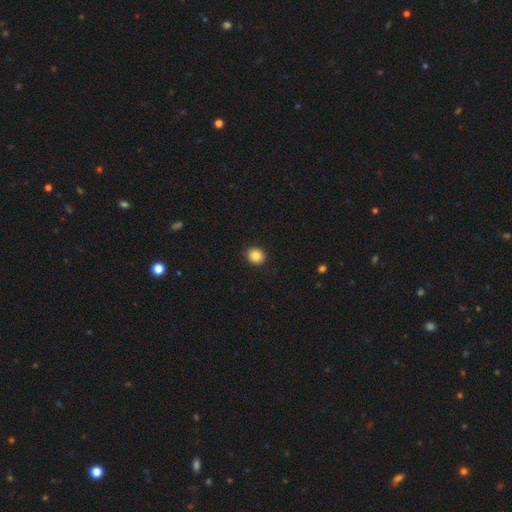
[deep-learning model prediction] Smooth or featured: smooth — 85% (star or artifact — 10%)
How rounded: round — 84% (in between — 15%)
Merging: none — 90% (minor disturbance — 7%)